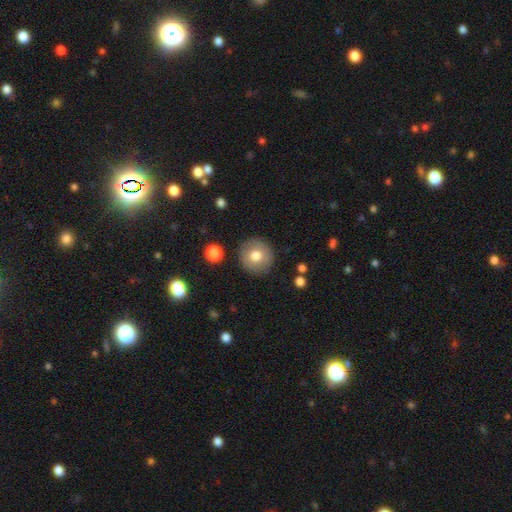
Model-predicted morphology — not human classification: Smooth or featured? Predicted: smooth (p=0.74). How rounded? Predicted: round (p=0.93). Merging? Predicted: none (p=0.89).